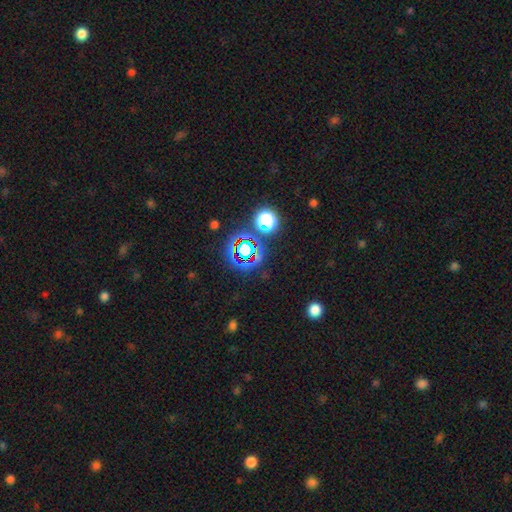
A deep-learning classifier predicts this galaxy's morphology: Smooth or featured: star or artifact — 75% (smooth — 16%)